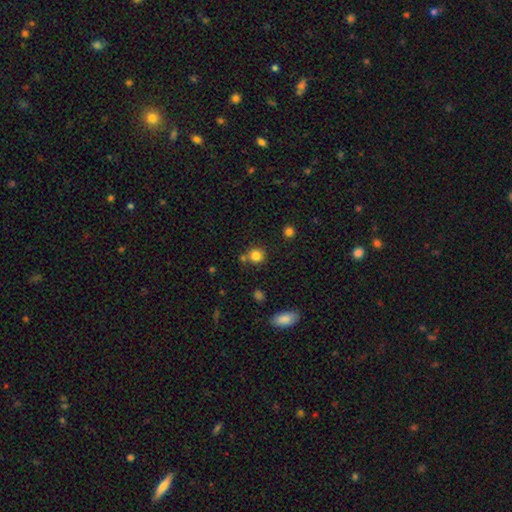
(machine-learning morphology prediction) Q: Smooth or featured?
A: smooth (83%); runner-up: star or artifact (12%)
Q: How rounded?
A: round (89%); runner-up: in between (10%)
Q: Merging?
A: none (71%); runner-up: merger (15%)